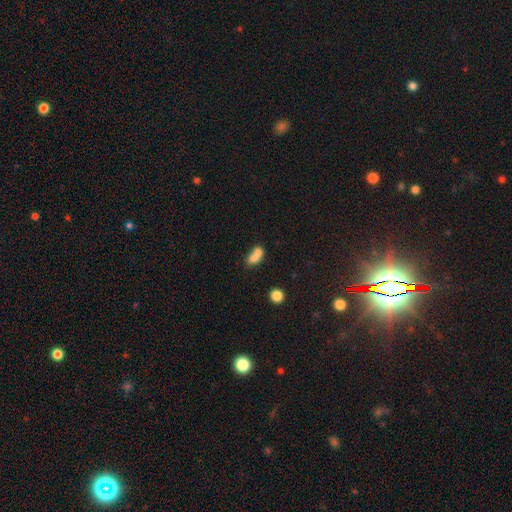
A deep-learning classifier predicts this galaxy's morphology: Smooth or featured: smooth — 73% (featured or disk — 16%)
How rounded: in between — 70% (round — 22%)
Merging: merger — 60% (none — 23%)